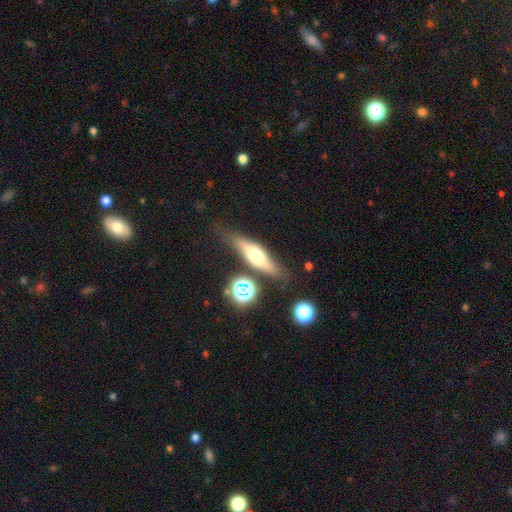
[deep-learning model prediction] A featured or disk galaxy (51%) viewed edge-on (88%). Merging: none (75%).